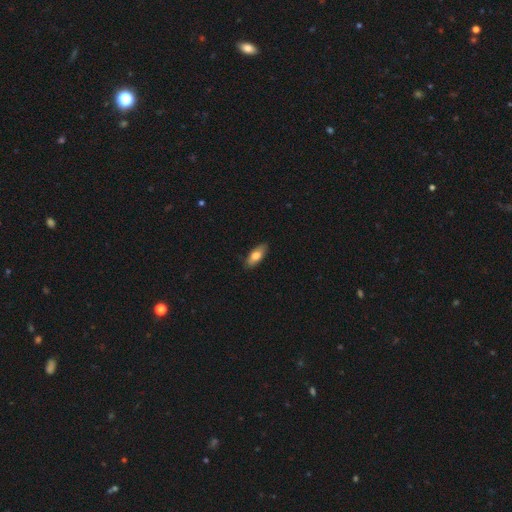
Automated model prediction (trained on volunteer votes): This is likely a smooth galaxy (74%). How rounded: clearly in between (83%). Merging: clearly none (85%).